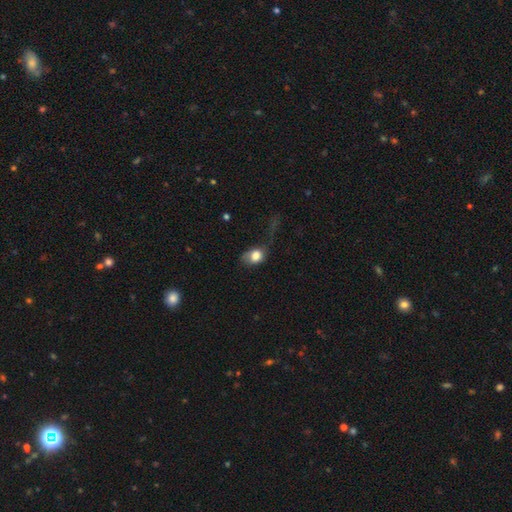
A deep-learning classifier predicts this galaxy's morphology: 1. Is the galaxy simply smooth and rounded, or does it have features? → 74% smooth, 17% featured or disk, 8% star or artifact.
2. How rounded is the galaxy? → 62% in between, 36% round, 2% cigar-shaped.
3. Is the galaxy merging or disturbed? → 46% major disturbance, 26% none, 24% minor disturbance, 4% merger.